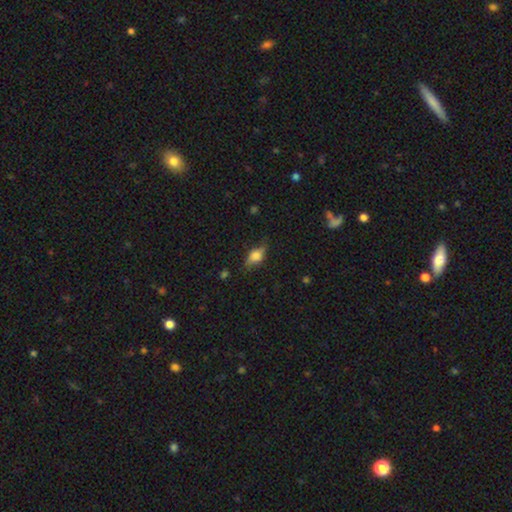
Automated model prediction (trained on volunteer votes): This is likely a smooth galaxy (61%). How rounded: likely in between (77%). Merging: likely none (71%).